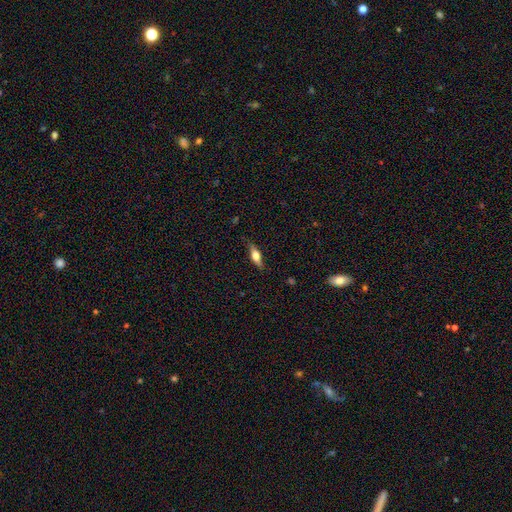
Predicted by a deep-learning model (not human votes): Smooth or featured? Predicted: smooth (p=0.53). How rounded? Predicted: cigar-shaped (p=0.49). Merging? Predicted: none (p=0.80).